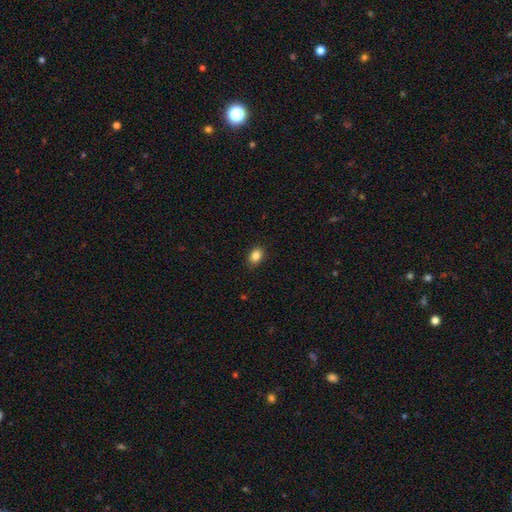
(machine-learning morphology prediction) Smooth or featured: smooth — 86% (star or artifact — 10%)
How rounded: in between — 67% (round — 32%)
Merging: none — 88% (minor disturbance — 9%)